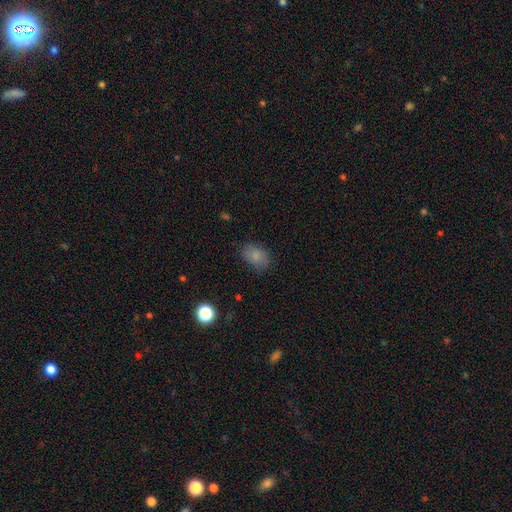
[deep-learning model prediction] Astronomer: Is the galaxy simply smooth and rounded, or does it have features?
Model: smooth — 83%.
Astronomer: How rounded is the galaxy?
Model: in between — 82%.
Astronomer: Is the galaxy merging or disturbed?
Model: none — 76%.